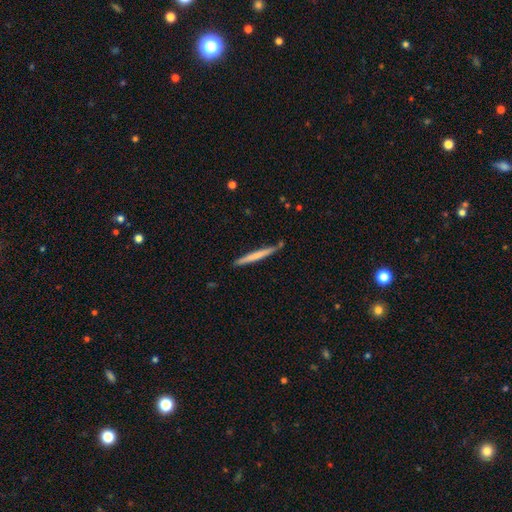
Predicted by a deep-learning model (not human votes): smooth 60%, featured or disk 35%, star or artifact 5%. Down the decision tree: how rounded — cigar-shaped (97%); merging — none (85%).